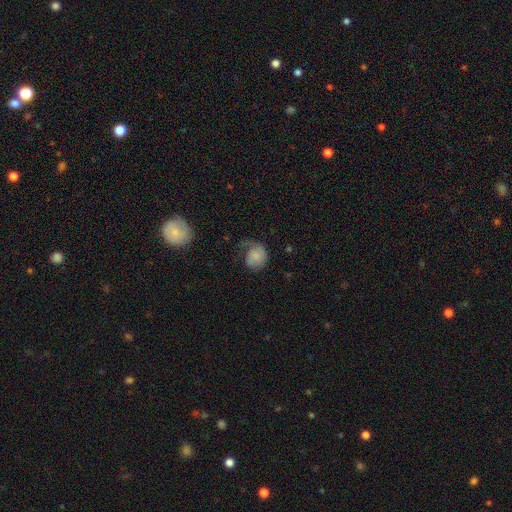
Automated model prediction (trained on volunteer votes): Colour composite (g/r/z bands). It shows a smooth galaxy with no disk features (57%) that is round (68%). Merging: major disturbance (36%).